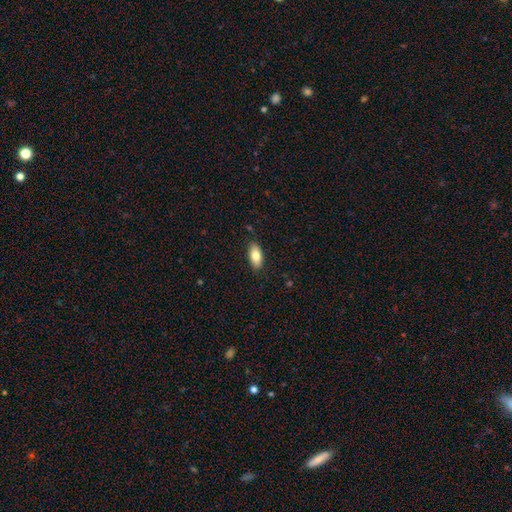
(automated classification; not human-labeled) Smooth or featured: smooth — 80% (featured or disk — 13%)
How rounded: in between — 89% (cigar-shaped — 9%)
Merging: none — 87% (minor disturbance — 10%)